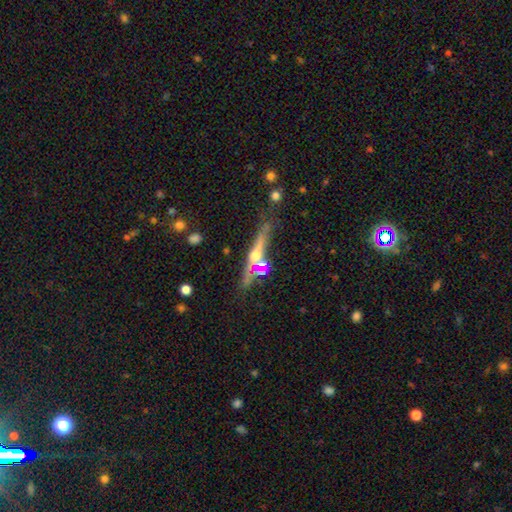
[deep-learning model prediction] Overall: featured or disk (65%). Edge-on disk: yes (91%). Edge-on bulge: rounded (89%). Merging: none (66%).